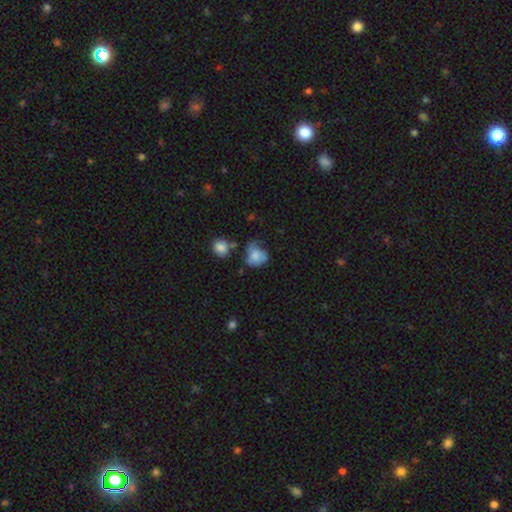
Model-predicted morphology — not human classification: smooth_or_featured: smooth (p=0.67) [alt: featured or disk p=0.24]
how_rounded: round (p=0.51) [alt: in between p=0.48]
merging: minor disturbance (p=0.32) [alt: none p=0.30]